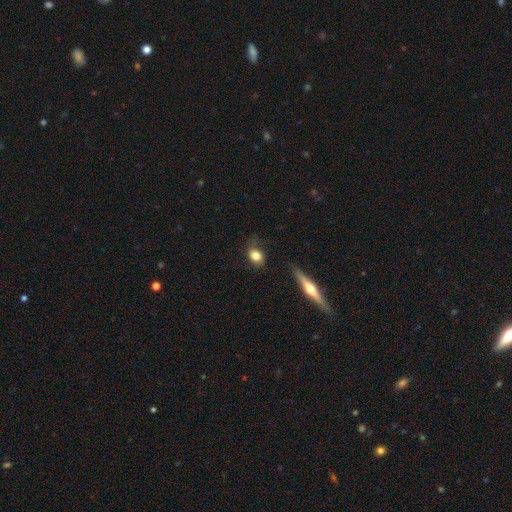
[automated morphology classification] smooth_or_featured: smooth (p=0.79) [alt: featured or disk p=0.12]
how_rounded: in between (p=0.55) [alt: round p=0.41]
merging: none (p=0.64) [alt: minor disturbance p=0.24]